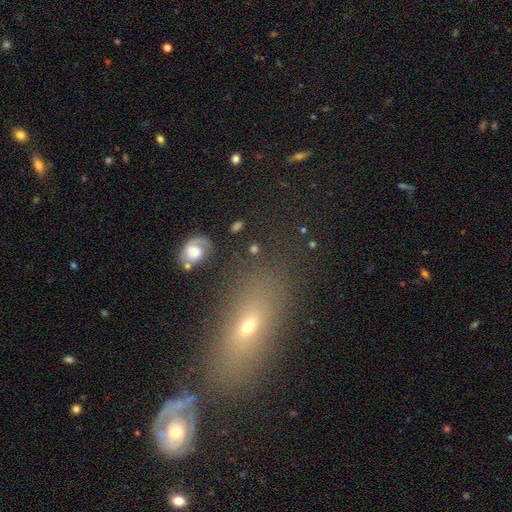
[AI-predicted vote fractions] Q: Smooth or featured?
A: smooth (51%); runner-up: featured or disk (26%)
Q: How rounded?
A: in between (70%); runner-up: cigar-shaped (18%)
Q: Merging?
A: none (69%); runner-up: minor disturbance (12%)